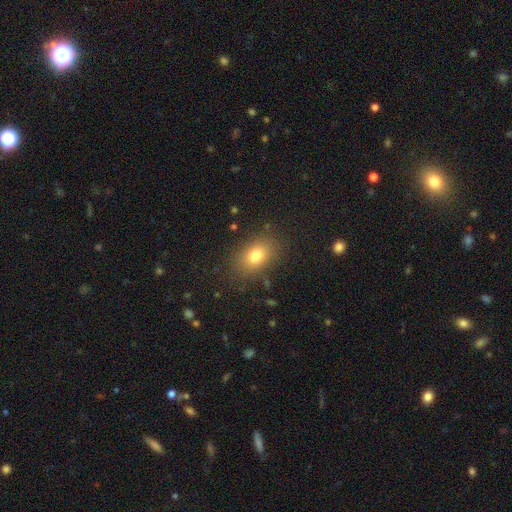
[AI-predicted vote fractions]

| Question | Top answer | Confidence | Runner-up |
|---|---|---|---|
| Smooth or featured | smooth | 78% | star or artifact (11%) |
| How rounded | in between | 80% | round (18%) |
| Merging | none | 84% | minor disturbance (11%) |